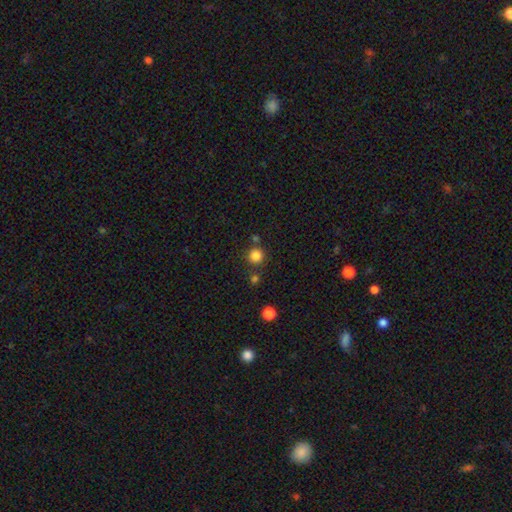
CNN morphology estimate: smooth-or-featured: smooth: 83% | star or artifact: 13% | featured or disk: 4%
  how-rounded: round: 94% | in between: 5% | cigar-shaped: 1%
  merging: none: 80% | merger: 9% | minor disturbance: 7% | major disturbance: 3%